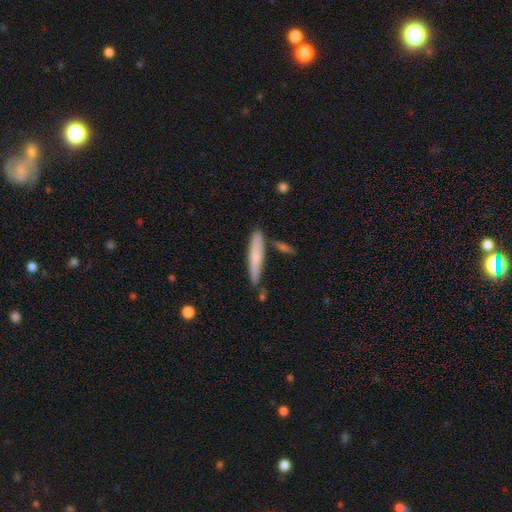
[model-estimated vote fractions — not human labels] Smooth or featured? smooth (71%)
How rounded? cigar-shaped (90%)
Merging? none (74%)